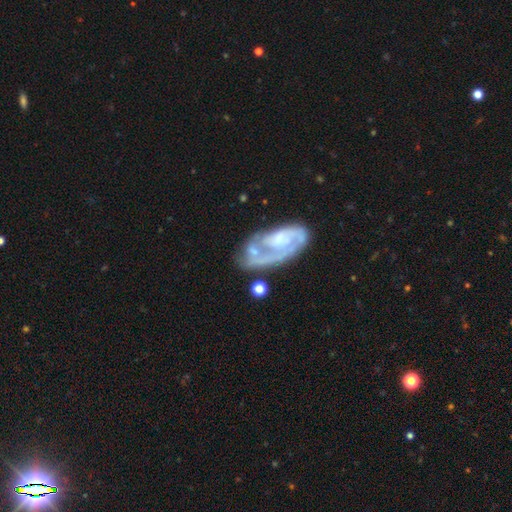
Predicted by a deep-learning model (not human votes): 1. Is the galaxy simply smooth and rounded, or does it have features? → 72% featured or disk, 21% smooth, 6% star or artifact.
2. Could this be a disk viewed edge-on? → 96% no, 4% yes.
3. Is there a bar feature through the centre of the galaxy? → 71% no, 22% weak, 7% strong.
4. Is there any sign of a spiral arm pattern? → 74% yes, 26% no.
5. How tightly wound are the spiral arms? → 45% tight, 35% medium, 20% loose.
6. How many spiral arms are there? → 53% 1, 21% 2, 18% can't tell, 4% 3, 2% 4, 1% more than 4.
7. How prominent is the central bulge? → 36% none, 28% moderate, 25% small, 9% large, 2% dominant.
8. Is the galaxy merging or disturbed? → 39% none, 27% major disturbance, 21% minor disturbance, 13% merger.